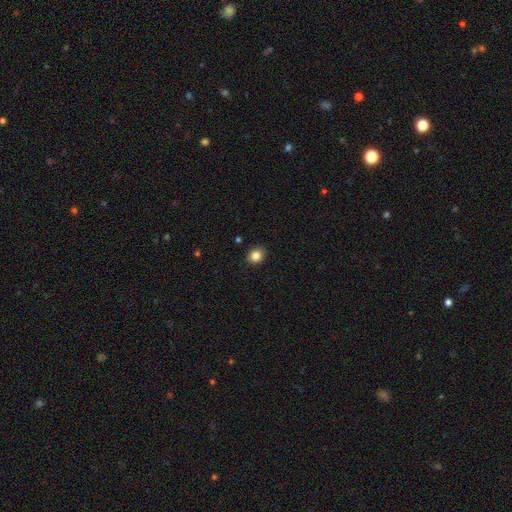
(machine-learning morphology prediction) type=smooth (85%); roundness=round (59%); merging=none (89%).